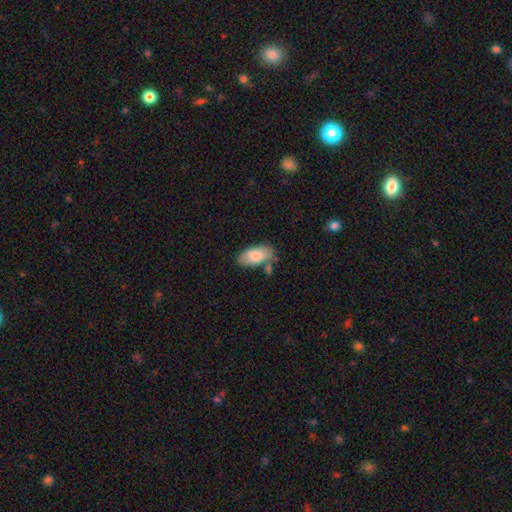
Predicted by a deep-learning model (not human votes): Overall: smooth (83%). How rounded: in between (93%). Merging: none (64%).